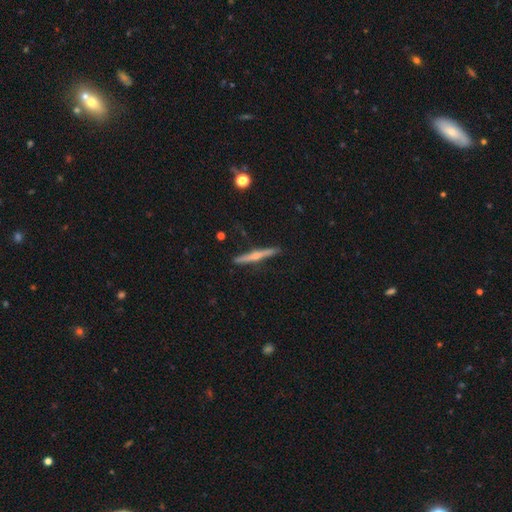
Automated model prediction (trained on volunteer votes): featured or disk 64%, smooth 30%, star or artifact 6%. Down the decision tree: edge-on disk — yes (98%); edge-on bulge — rounded (81%); merging — none (90%).